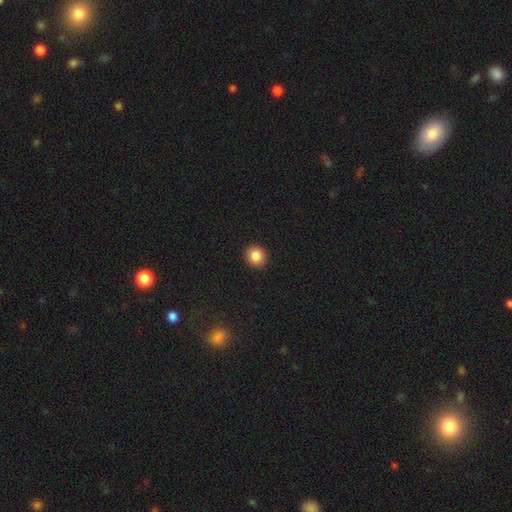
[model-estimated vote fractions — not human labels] The model was most divided on "how rounded": round: 87%, in between: 12%, cigar-shaped: 1%. More confident: merging — none (93%); smooth or featured — smooth (86%).